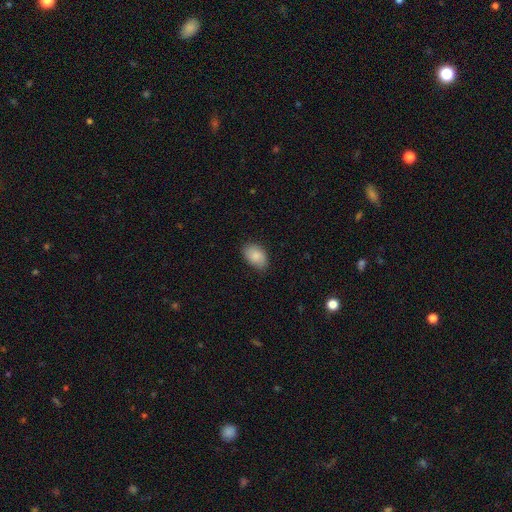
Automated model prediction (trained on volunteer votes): This appears to be a smooth galaxy with no disk features (86%) that is in between round and cigar-shaped (90%). Merging: none (80%).